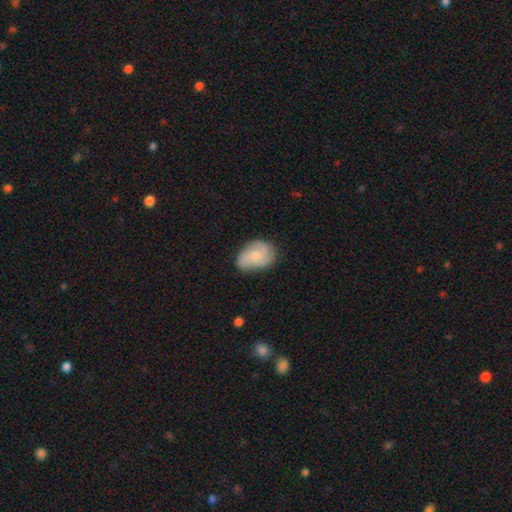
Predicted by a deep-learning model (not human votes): This is possibly a featured or disk galaxy (47%). Merging: likely none (62%).